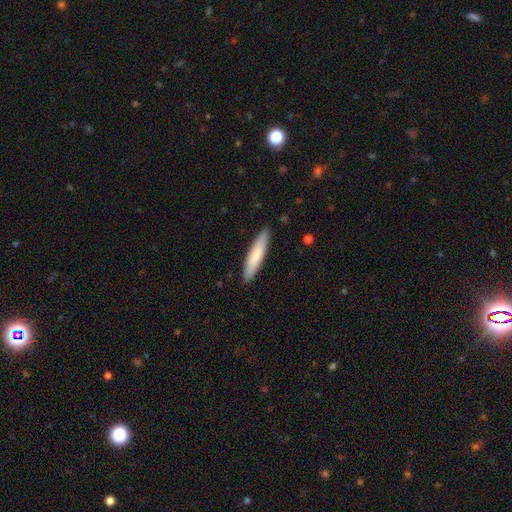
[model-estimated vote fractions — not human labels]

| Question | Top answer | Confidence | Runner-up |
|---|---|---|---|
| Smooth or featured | smooth | 80% | featured or disk (15%) |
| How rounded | cigar-shaped | 86% | in between (13%) |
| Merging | none | 90% | minor disturbance (7%) |